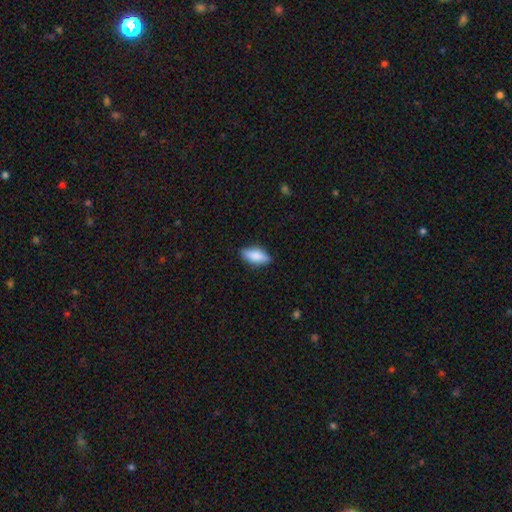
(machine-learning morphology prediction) Smooth or featured?
  - smooth: 82% *
  - featured or disk: 11%
  - star or artifact: 6%
How rounded?
  - in between: 84% *
  - cigar-shaped: 14%
  - round: 3%
Merging?
  - none: 84% *
  - minor disturbance: 12%
  - major disturbance: 2%
  - merger: 1%